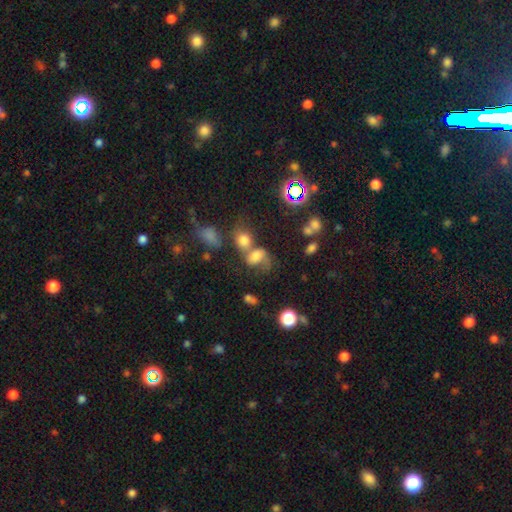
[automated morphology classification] Q: Smooth or featured?
A: smooth (53%); runner-up: featured or disk (27%)
Q: How rounded?
A: in between (56%); runner-up: round (42%)
Q: Merging?
A: merger (52%); runner-up: none (22%)